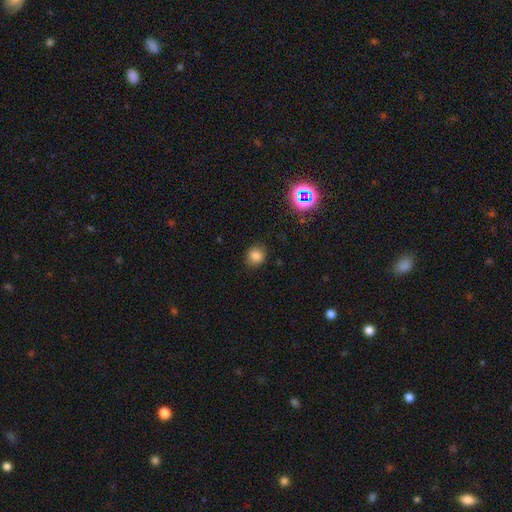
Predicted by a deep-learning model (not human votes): Overall: smooth (81%). How rounded: round (80%). Merging: none (85%).